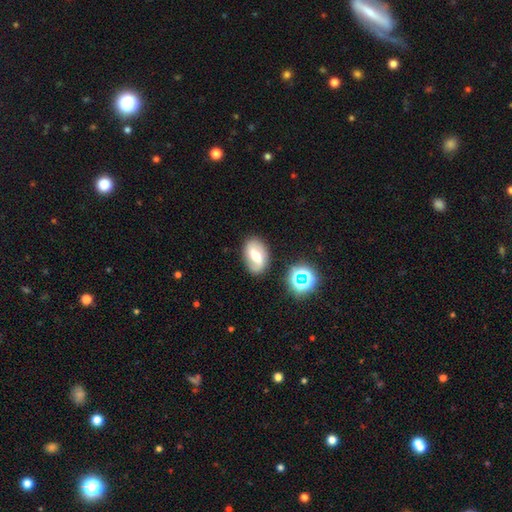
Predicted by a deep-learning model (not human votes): Morphology: type=featured or disk (59%); edge-on=no (95%); bar=weak (47%); spiral arms=yes (84%); bulge=moderate (58%); merging=none (78%).